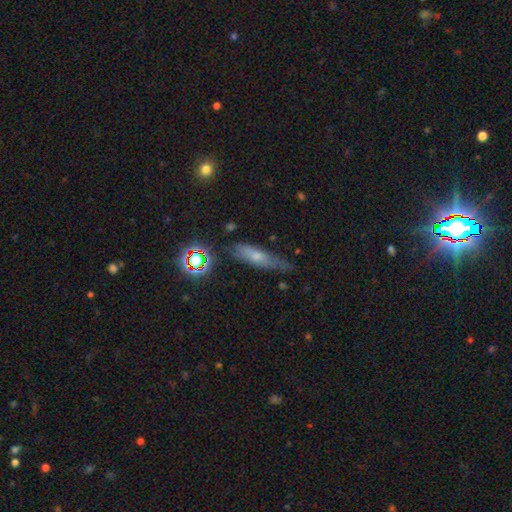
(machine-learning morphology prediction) This is possibly a smooth galaxy (55%). How rounded: possibly cigar-shaped (56%). Merging: possibly none (58%).